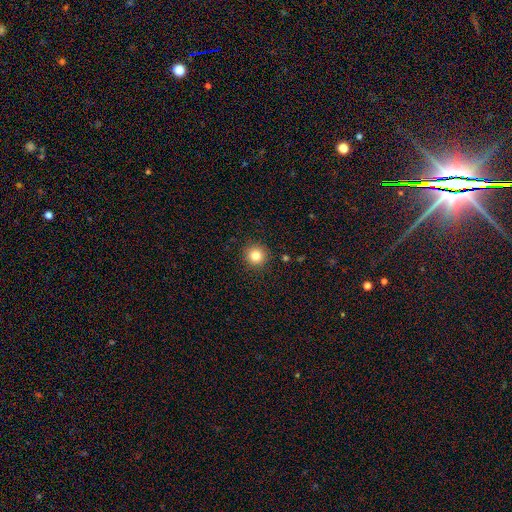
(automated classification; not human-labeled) Smooth or featured? Predicted: smooth (p=0.81). How rounded? Predicted: round (p=0.95). Merging? Predicted: none (p=0.91).